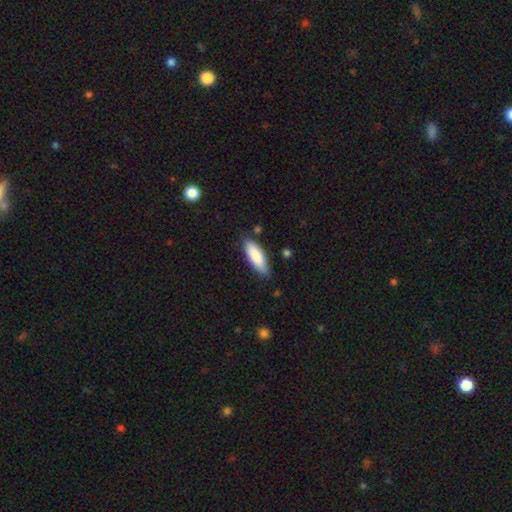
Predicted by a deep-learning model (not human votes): smooth_or_featured: smooth (p=0.85) [alt: featured or disk p=0.10]
how_rounded: in between (p=0.62) [alt: cigar-shaped p=0.36]
merging: none (p=0.81) [alt: minor disturbance p=0.15]